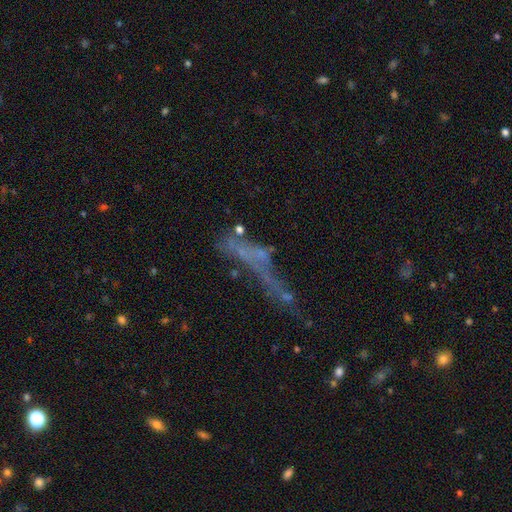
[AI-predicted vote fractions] smooth-or-featured: featured or disk: 45% | smooth: 28% | star or artifact: 27%
  merging: major disturbance: 34% | merger: 28% | none: 25% | minor disturbance: 13%